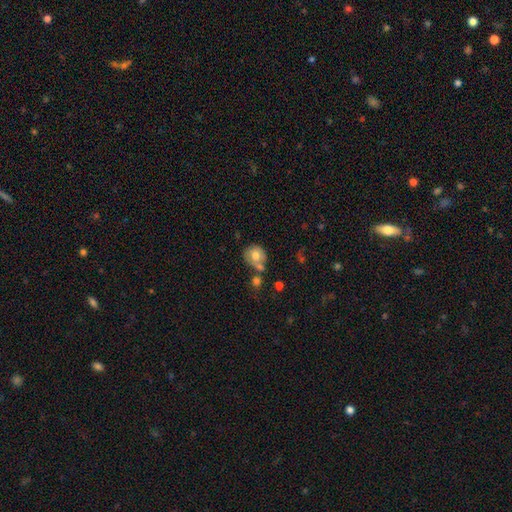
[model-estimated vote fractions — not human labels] This is likely a smooth galaxy (70%). How rounded: likely round (76%). Merging: possibly none (47%).